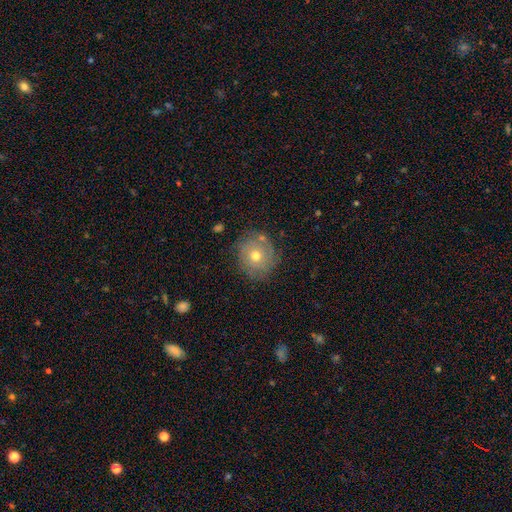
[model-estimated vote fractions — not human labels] Q: Smooth or featured?
A: smooth (48%); runner-up: featured or disk (41%)
Q: Merging?
A: none (77%); runner-up: minor disturbance (15%)